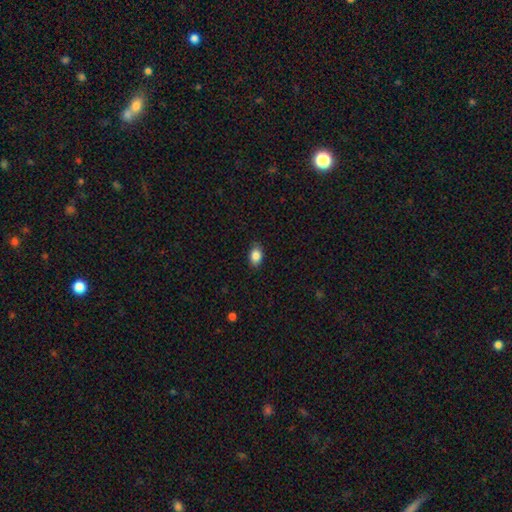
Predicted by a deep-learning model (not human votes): smooth_or_featured: smooth (p=0.86) [alt: star or artifact p=0.08]
how_rounded: in between (p=0.82) [alt: round p=0.16]
merging: none (p=0.85) [alt: minor disturbance p=0.11]